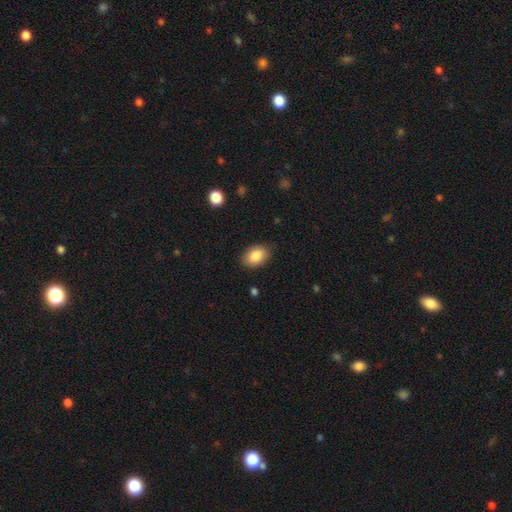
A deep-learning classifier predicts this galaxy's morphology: The model was most divided on "how rounded": in between: 82%, round: 17%, cigar-shaped: 1%. More confident: merging — none (87%); smooth or featured — smooth (85%).